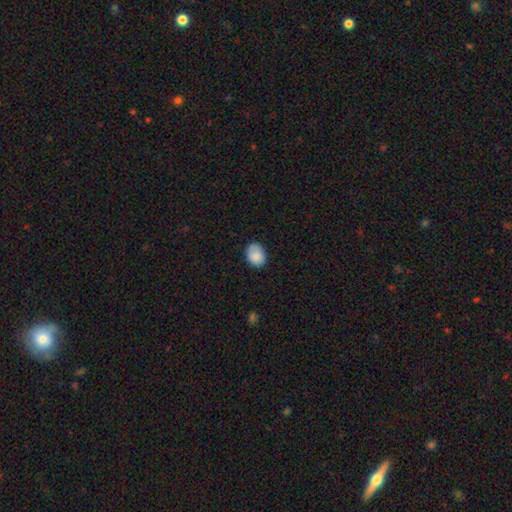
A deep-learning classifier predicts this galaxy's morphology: Overall: smooth (85%). How rounded: in between (62%; round 37%). Merging: none (75%).